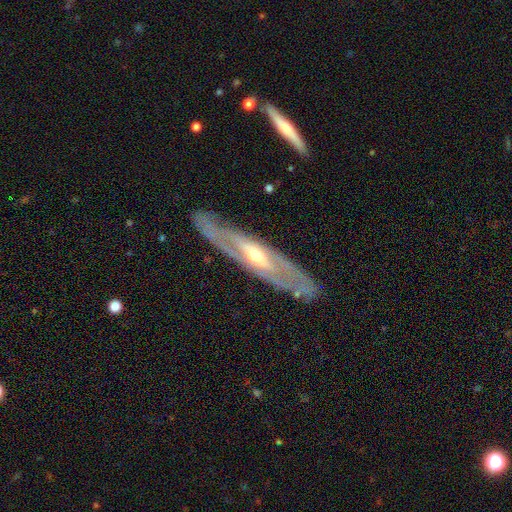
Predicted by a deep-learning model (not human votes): This is clearly a featured or disk galaxy (81%). It is possibly not viewed edge-on (56%). Merging: clearly none (82%).